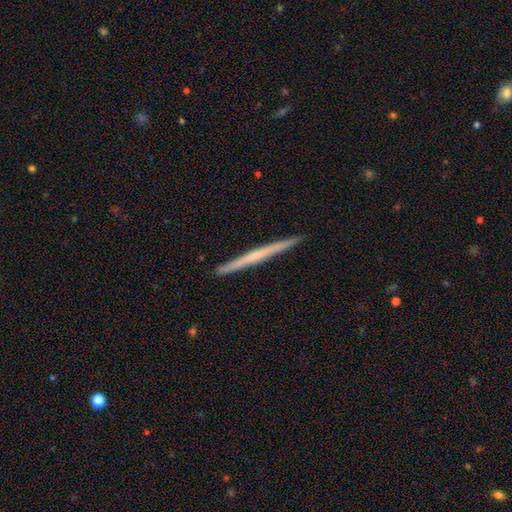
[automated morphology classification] A featured or disk galaxy (57%) viewed edge-on (98%) with no central bulge (77%). Merging: none (93%).